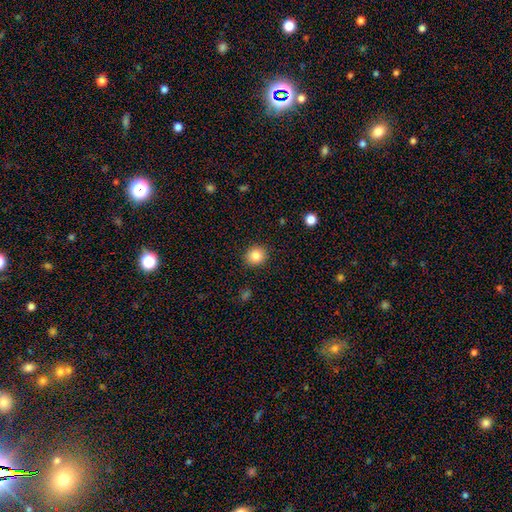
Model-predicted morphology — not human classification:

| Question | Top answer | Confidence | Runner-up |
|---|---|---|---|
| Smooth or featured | smooth | 84% | star or artifact (10%) |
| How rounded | round | 84% | in between (15%) |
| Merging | none | 90% | minor disturbance (6%) |